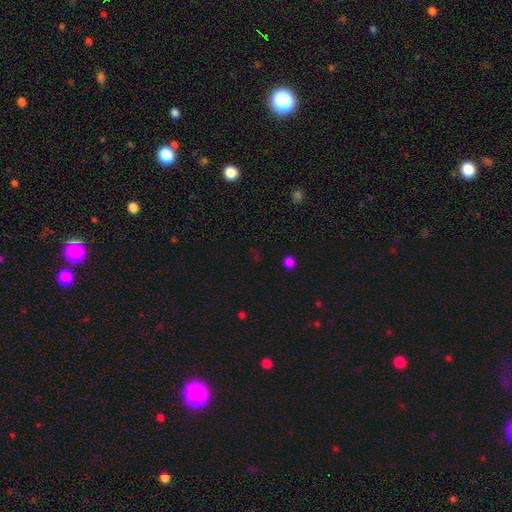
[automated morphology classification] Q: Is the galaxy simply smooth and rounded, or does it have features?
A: star or artifact — 52%.